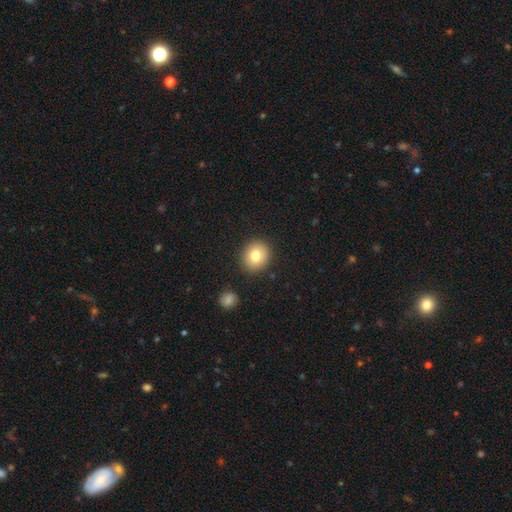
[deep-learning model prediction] smooth 78%, featured or disk 12%, star or artifact 10%. Down the decision tree: how rounded — round (83%); merging — none (89%).